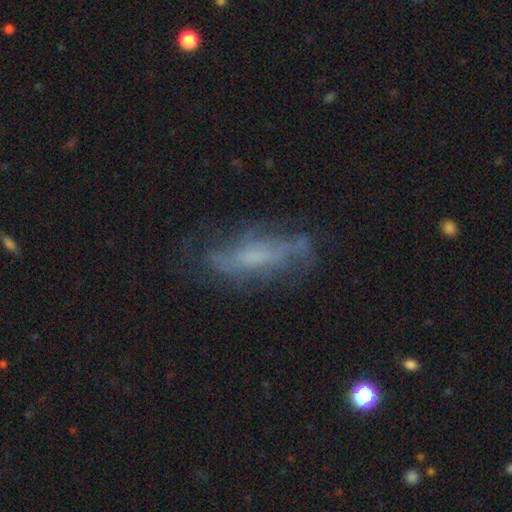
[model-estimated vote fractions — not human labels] Smooth or featured? featured or disk (59%)
Edge-on disk? no (67%)
Merging? none (60%)